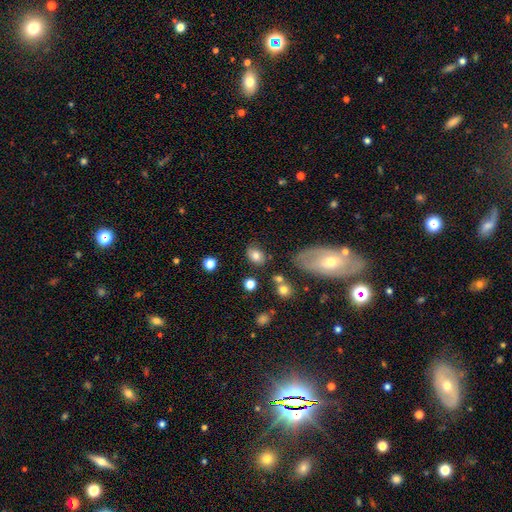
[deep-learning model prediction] Smooth or featured?
  - smooth: 77% *
  - featured or disk: 13%
  - star or artifact: 10%
How rounded?
  - in between: 70% *
  - round: 29%
  - cigar-shaped: 1%
Merging?
  - none: 73% *
  - minor disturbance: 16%
  - merger: 6%
  - major disturbance: 6%